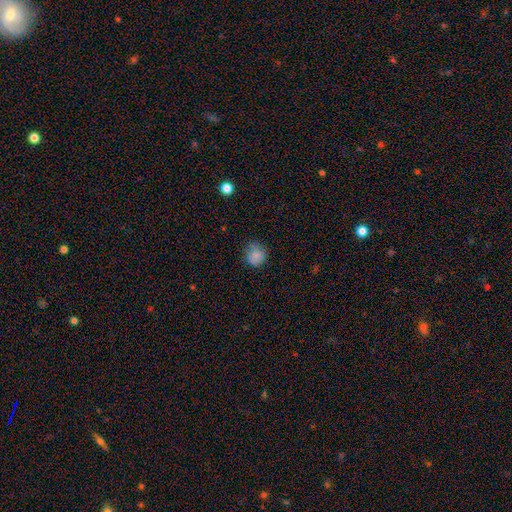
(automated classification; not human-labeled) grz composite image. It shows a smooth galaxy with no disk features (81%) that is round (82%). Merging: none (70%).